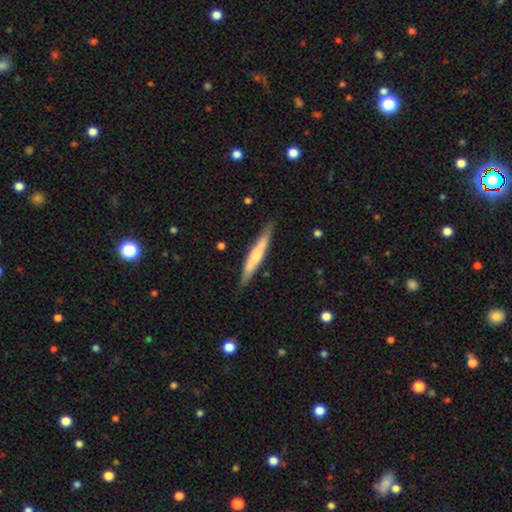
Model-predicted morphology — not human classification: This appears to be a smooth galaxy with no disk features (48%). Merging: none (85%).